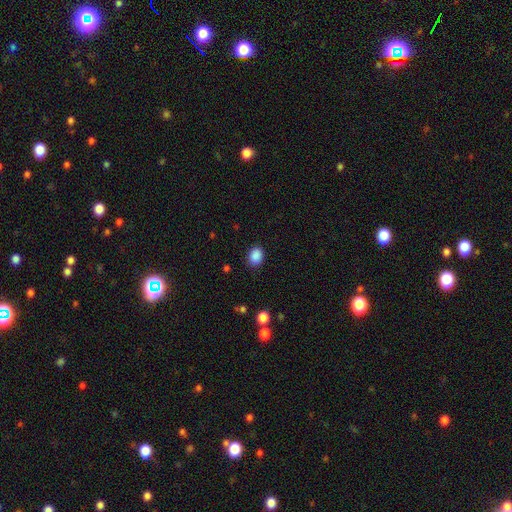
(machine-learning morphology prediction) smooth-or-featured: smooth: 88% | star or artifact: 9% | featured or disk: 3%
  how-rounded: in between: 56% | round: 43% | cigar-shaped: 1%
  merging: none: 87% | minor disturbance: 10% | major disturbance: 3% | merger: 1%